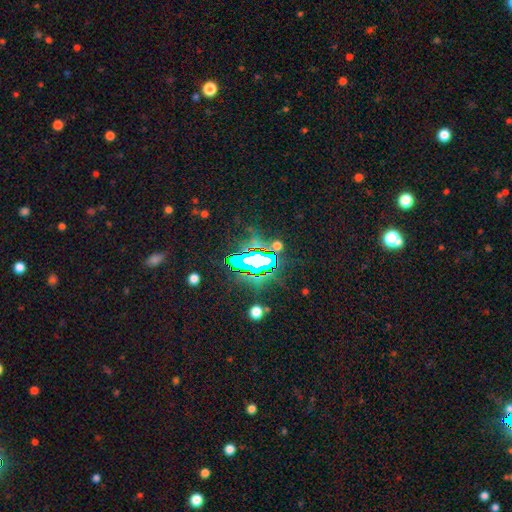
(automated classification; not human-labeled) Smooth or featured? Predicted: star or artifact (p=0.73).